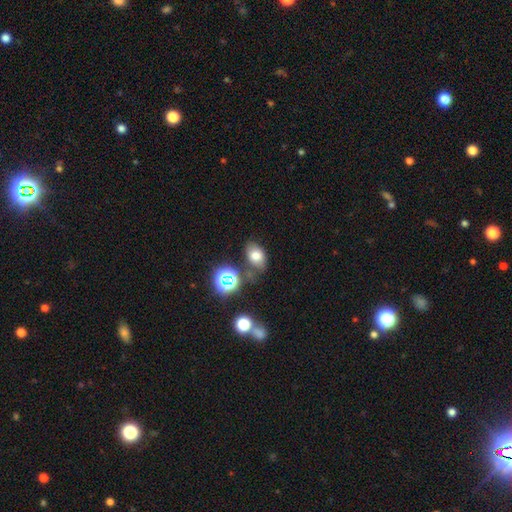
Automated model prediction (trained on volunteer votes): A smooth galaxy with no disk features (70%) that is in between round and cigar-shaped (81%).

Vote fractions:
- Smooth or featured? smooth: 70% / star or artifact: 17% / featured or disk: 14%
- How rounded? in between: 81% / round: 17% / cigar-shaped: 1%
- Merging? none: 67% / minor disturbance: 18% / merger: 9% / major disturbance: 6%